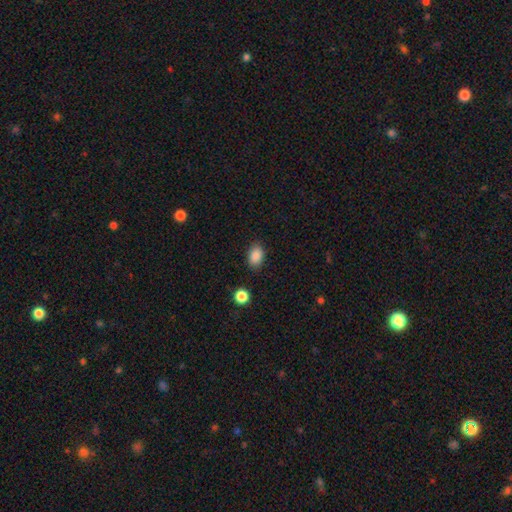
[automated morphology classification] smooth_or_featured: smooth (p=0.88) [alt: star or artifact p=0.09]
how_rounded: in between (p=0.85) [alt: round p=0.14]
merging: none (p=0.86) [alt: minor disturbance p=0.10]